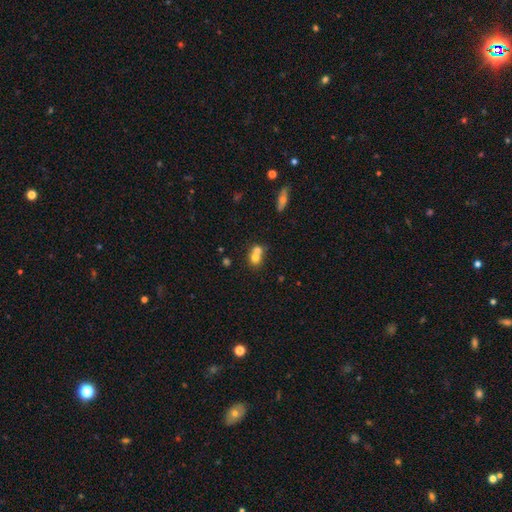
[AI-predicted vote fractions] This appears to be a smooth galaxy with no disk features (71%) that is round (74%). Merging: merger (61%).